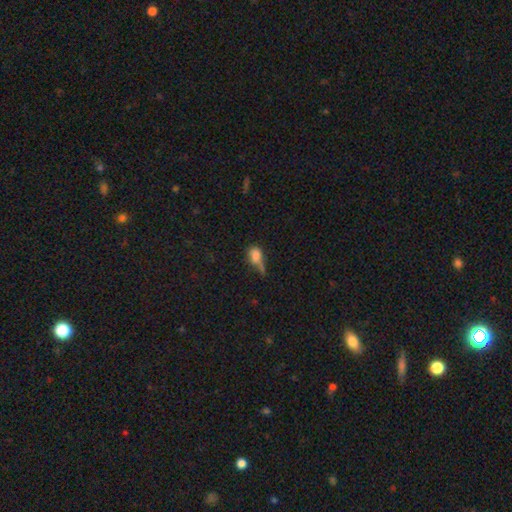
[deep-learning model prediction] smooth 75%, star or artifact 13%, featured or disk 12%. Down the decision tree: how rounded — in between (70%); merging — minor disturbance (29%, tied with none).